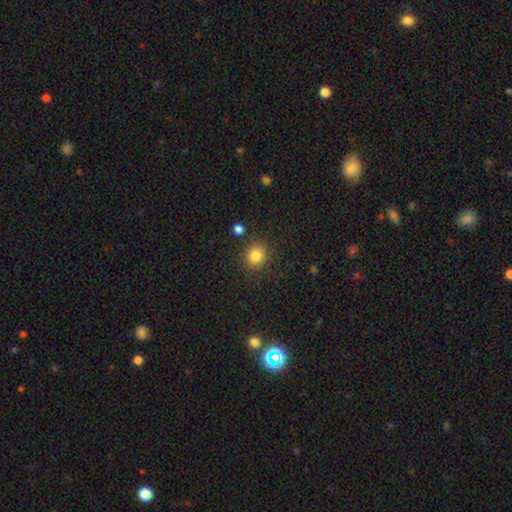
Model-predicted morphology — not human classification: Smooth or featured?
  - smooth: 83% *
  - star or artifact: 12%
  - featured or disk: 5%
How rounded?
  - round: 82% *
  - in between: 17%
  - cigar-shaped: 1%
Merging?
  - none: 86% *
  - minor disturbance: 8%
  - merger: 3%
  - major disturbance: 3%